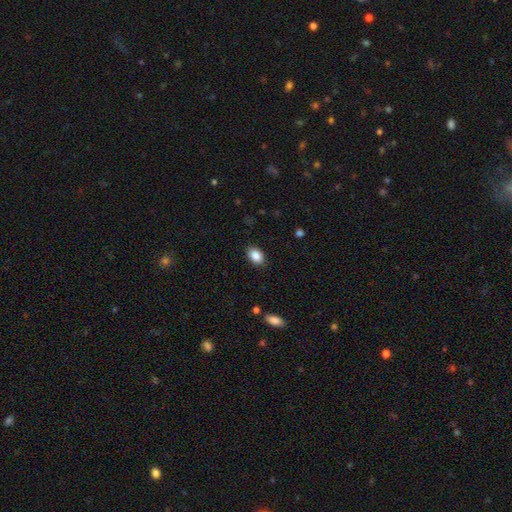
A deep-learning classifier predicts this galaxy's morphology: Smooth or featured?
  - smooth: 87% *
  - star or artifact: 8%
  - featured or disk: 5%
How rounded?
  - in between: 87% *
  - round: 12%
  - cigar-shaped: 1%
Merging?
  - none: 87% *
  - minor disturbance: 10%
  - major disturbance: 2%
  - merger: 1%